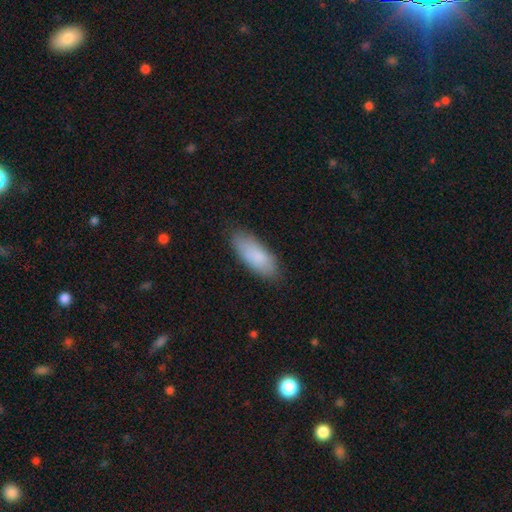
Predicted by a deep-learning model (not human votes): Smooth or featured? smooth (84%)
How rounded? in between (77%)
Merging? none (81%)